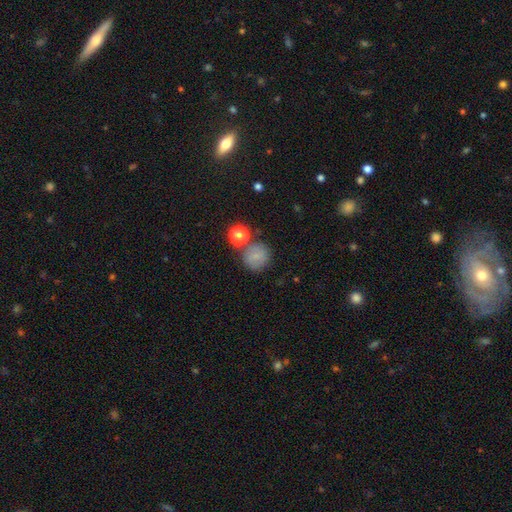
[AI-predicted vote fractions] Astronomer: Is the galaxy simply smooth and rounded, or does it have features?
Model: smooth — 78%.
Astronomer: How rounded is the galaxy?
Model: round — 89%.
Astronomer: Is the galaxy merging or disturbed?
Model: none — 69%.